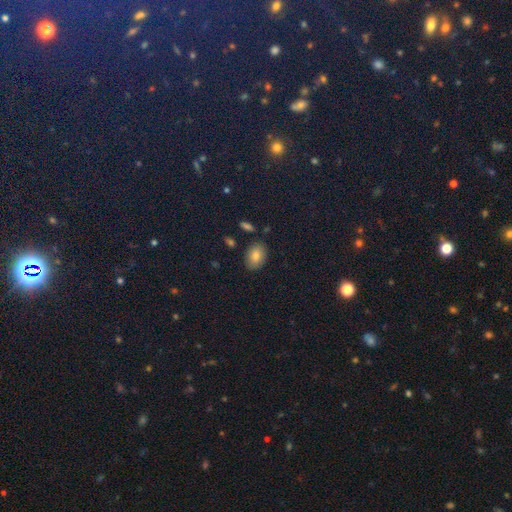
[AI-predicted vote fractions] smooth_or_featured: smooth (p=0.82) [alt: featured or disk p=0.09]
how_rounded: in between (p=0.82) [alt: round p=0.17]
merging: none (p=0.84) [alt: minor disturbance p=0.11]